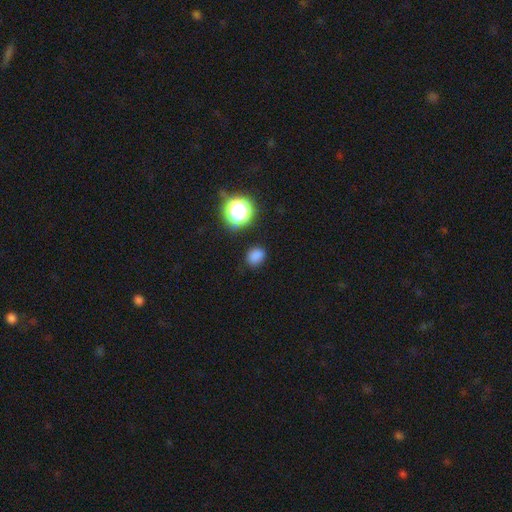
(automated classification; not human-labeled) This appears to be a smooth galaxy with no disk features (79%) that is round (57%). Merging: none (85%).